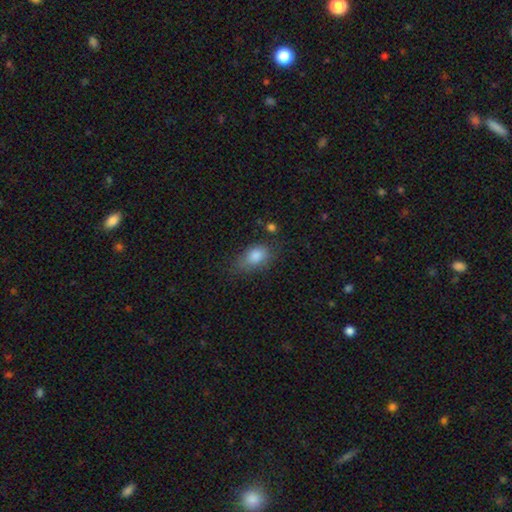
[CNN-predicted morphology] smooth-or-featured: smooth: 82% | featured or disk: 9% | star or artifact: 9%
  how-rounded: in between: 84% | round: 12% | cigar-shaped: 3%
  merging: none: 59% | minor disturbance: 29% | major disturbance: 9% | merger: 3%